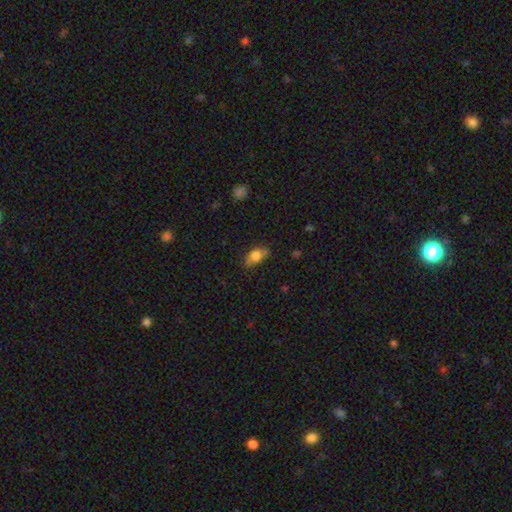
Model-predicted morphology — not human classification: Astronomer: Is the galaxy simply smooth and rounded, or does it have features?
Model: smooth — 76%.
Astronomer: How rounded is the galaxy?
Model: in between — 78%.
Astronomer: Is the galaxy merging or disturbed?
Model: none — 62%.